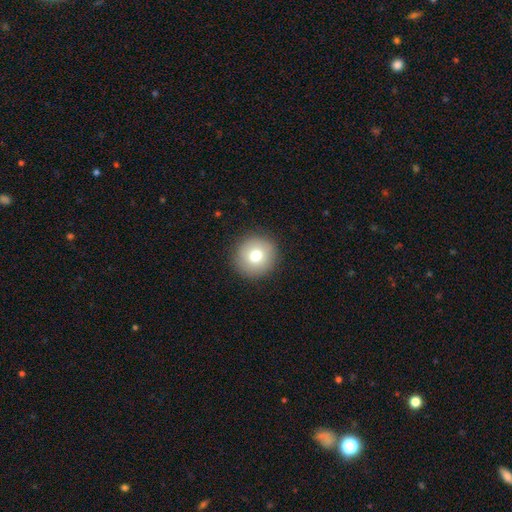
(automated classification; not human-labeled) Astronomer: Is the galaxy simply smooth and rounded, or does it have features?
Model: smooth — 75%.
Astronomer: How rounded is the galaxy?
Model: round — 95%.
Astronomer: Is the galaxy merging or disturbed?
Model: none — 91%.